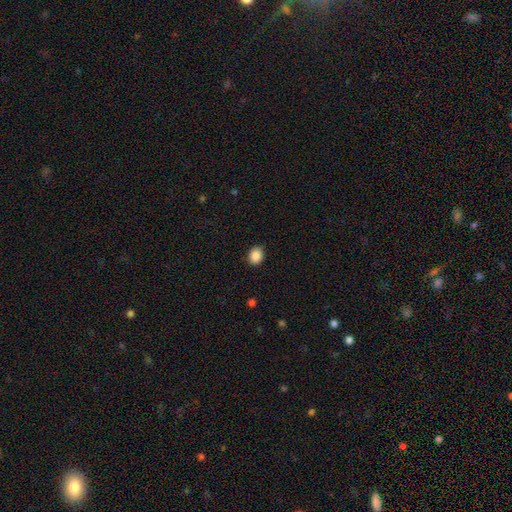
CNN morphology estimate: Smooth or featured? smooth (88%)
How rounded? round (54%)
Merging? none (88%)